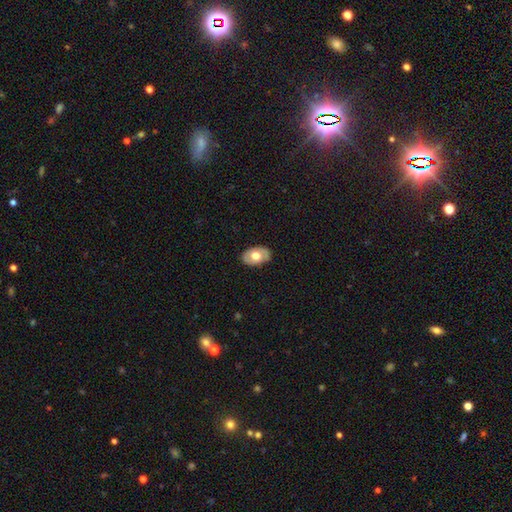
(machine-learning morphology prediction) type=smooth (59%); roundness=in between (87%); merging=none (84%).